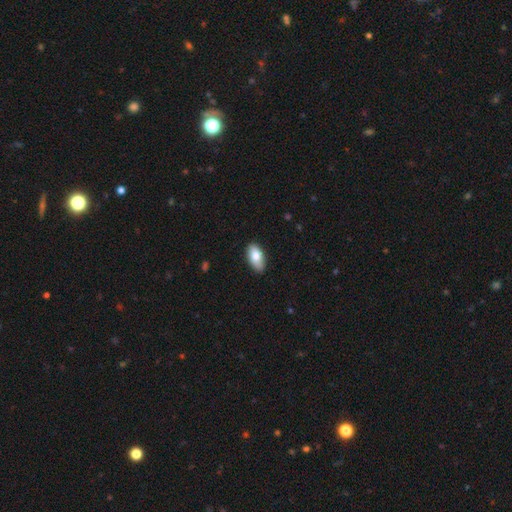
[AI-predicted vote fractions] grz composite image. It shows a smooth galaxy with no disk features (80%) that is in between round and cigar-shaped (93%). Merging: none (84%).